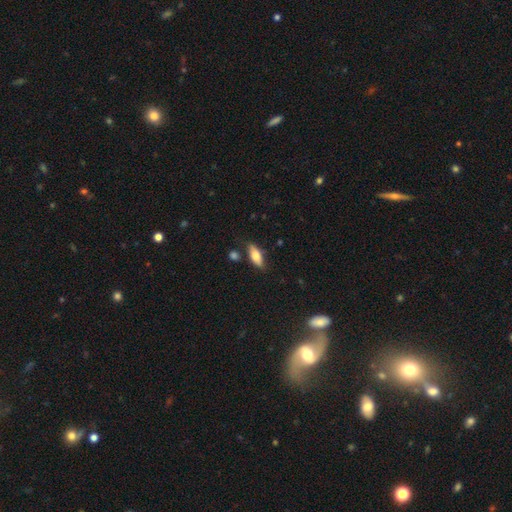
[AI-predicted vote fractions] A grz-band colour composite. It shows a smooth galaxy with no disk features (68%) that is in between round and cigar-shaped (72%). Merging: none (74%).